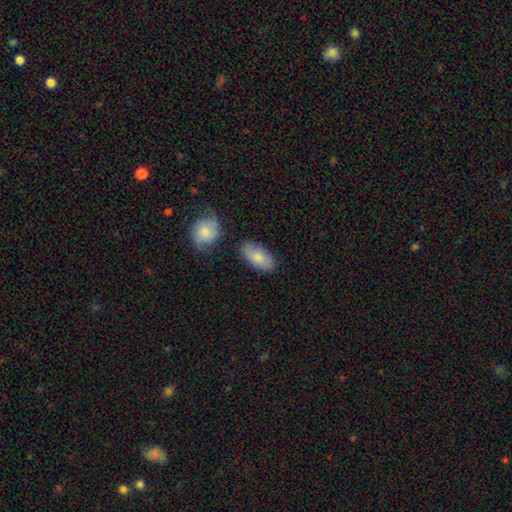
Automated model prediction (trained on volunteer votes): A smooth galaxy with no disk features (82%) that is in between round and cigar-shaped (91%). Merging: none (77%).